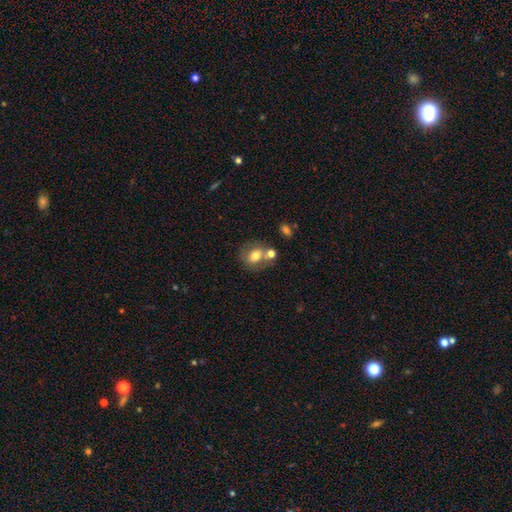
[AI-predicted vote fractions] This is likely a smooth galaxy (67%). How rounded: possibly round (54%). Merging: possibly none (51%).